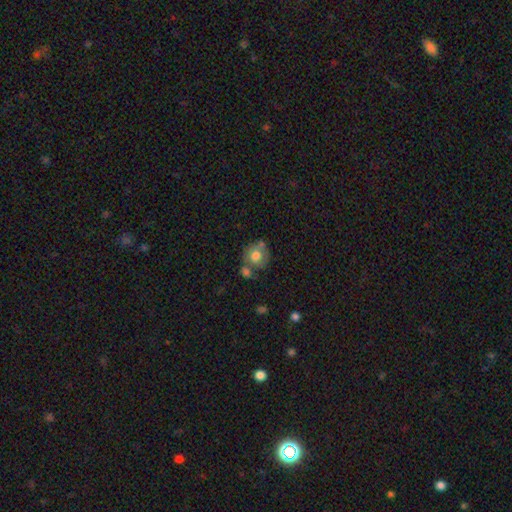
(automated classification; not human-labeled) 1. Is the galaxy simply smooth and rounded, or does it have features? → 67% smooth, 25% featured or disk, 8% star or artifact.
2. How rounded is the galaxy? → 78% round, 21% in between, 1% cigar-shaped.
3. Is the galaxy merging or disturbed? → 49% none, 27% merger, 17% minor disturbance, 7% major disturbance.